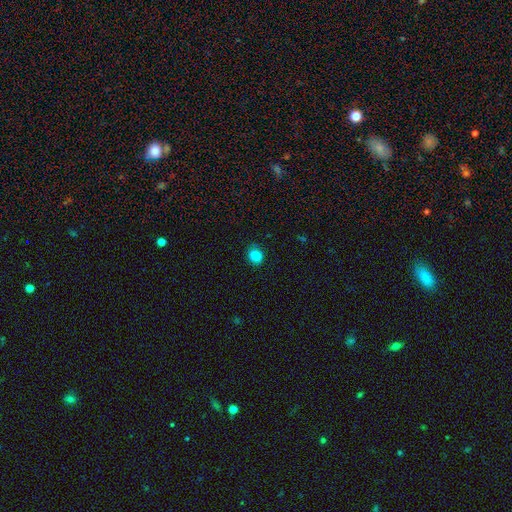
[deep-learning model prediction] Morphology: type=smooth (85%); roundness=round (67%); merging=none (82%).